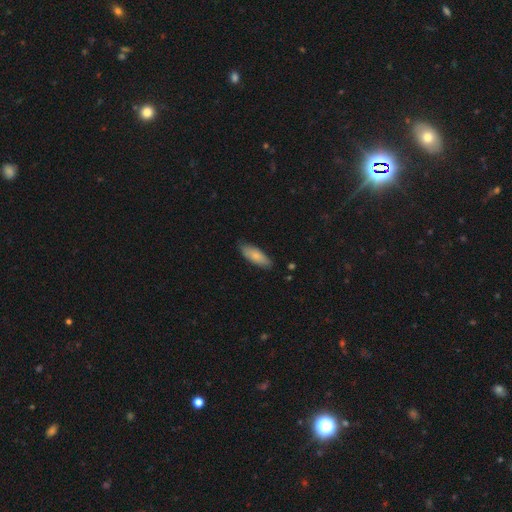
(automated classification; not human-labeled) This is clearly a smooth galaxy (80%). How rounded: likely in between (66%). Merging: clearly none (82%).